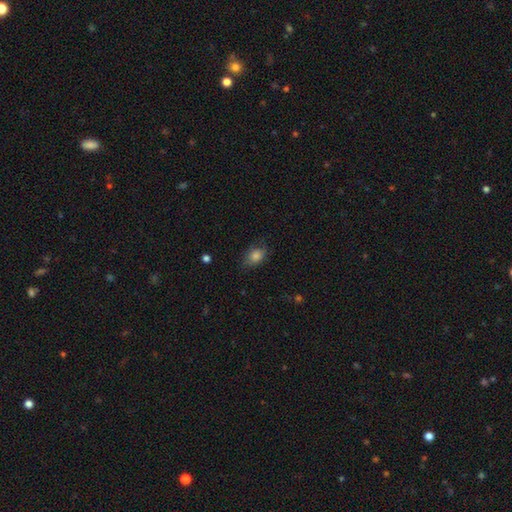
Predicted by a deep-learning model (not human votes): Overall: smooth (79%). How rounded: in between (67%; round 31%). Merging: none (71%).